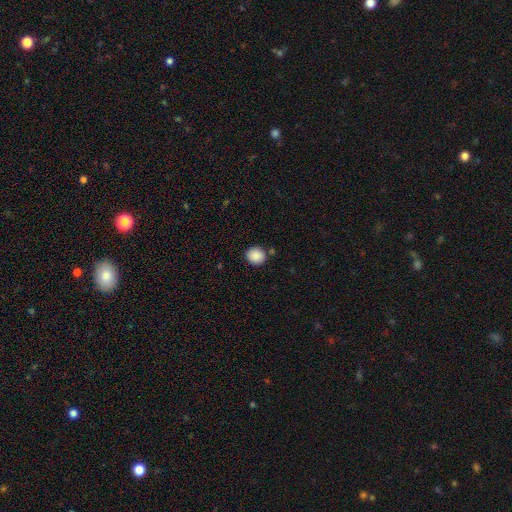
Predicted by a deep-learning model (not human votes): This is clearly a smooth galaxy (89%). How rounded: clearly round (86%). Merging: clearly none (84%).